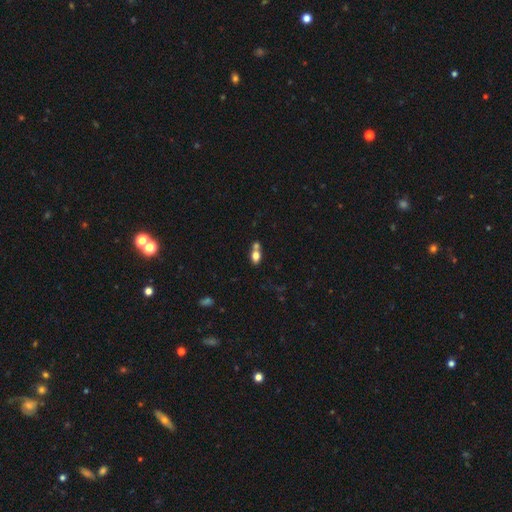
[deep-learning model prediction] This is likely a smooth galaxy (75%). How rounded: likely in between (74%). Merging: possibly merger (47%).